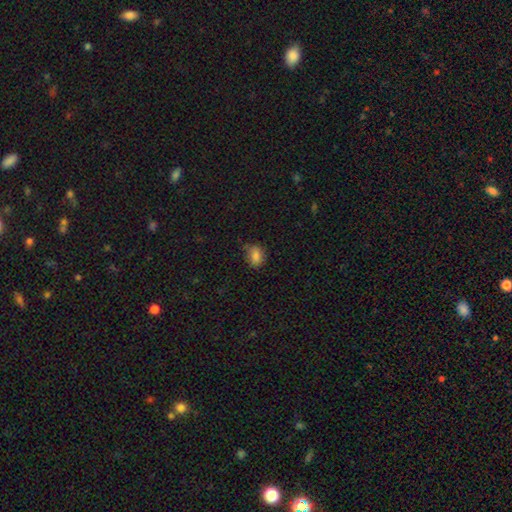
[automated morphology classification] Smooth or featured: smooth — 83% (star or artifact — 10%)
How rounded: in between — 69% (round — 29%)
Merging: none — 66% (minor disturbance — 26%)